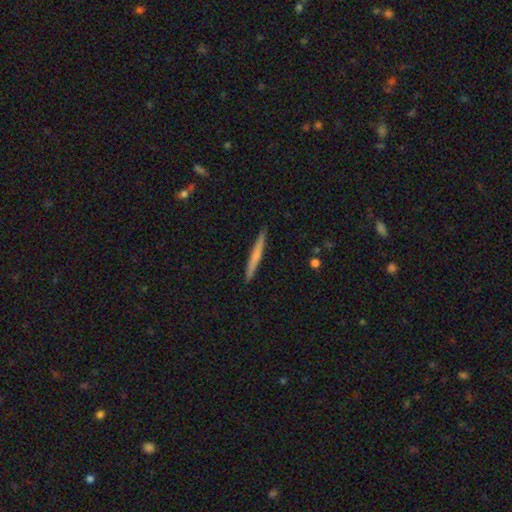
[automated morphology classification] Smooth or featured? smooth (57%)
How rounded? cigar-shaped (96%)
Merging? none (91%)